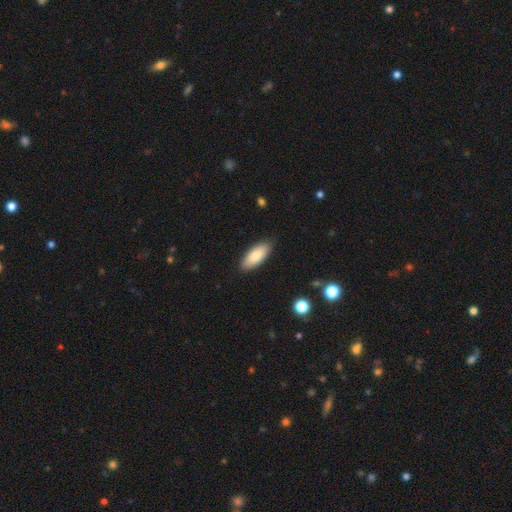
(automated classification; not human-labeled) A smooth galaxy with no disk features (80%) that is in between round and cigar-shaped (82%). Merging: none (87%).